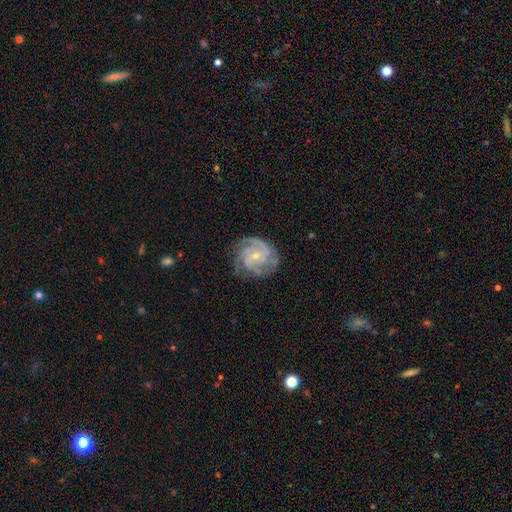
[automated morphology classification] Smooth or featured? Predicted: featured or disk (p=0.90). Edge-on disk? Predicted: no (p=0.98). Bar? Predicted: no (p=0.66). Spiral arms? Predicted: yes (p=0.98). Spiral winding? Predicted: tight (p=0.63). Spiral arm count? Predicted: 3 (p=0.50). Bulge size? Predicted: small (p=0.74). Merging? Predicted: none (p=0.76).